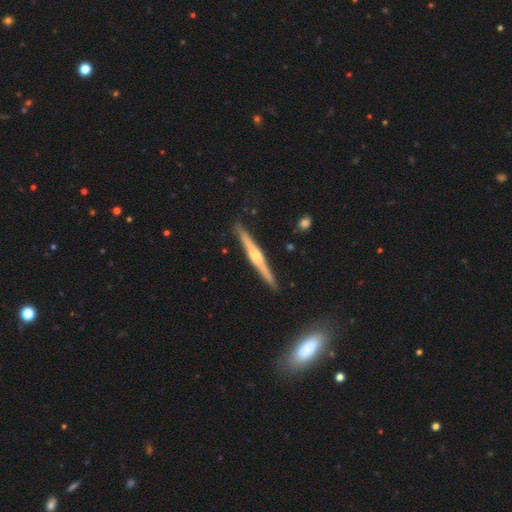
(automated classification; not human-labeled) Smooth or featured: featured or disk — 78% (smooth — 17%)
Edge-on disk: yes — 98% (no — 2%)
Edge-on bulge: rounded — 85% (none — 8%)
Merging: none — 90% (minor disturbance — 7%)